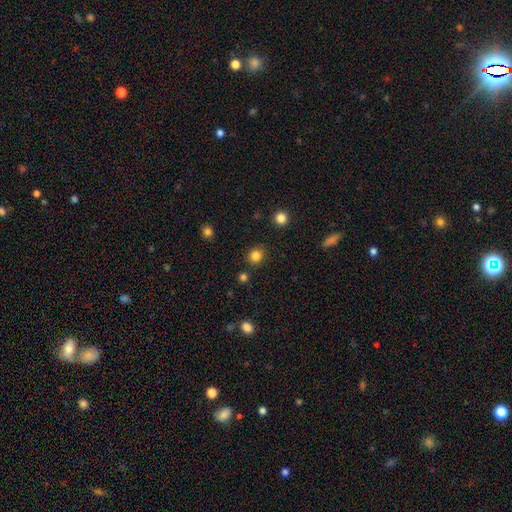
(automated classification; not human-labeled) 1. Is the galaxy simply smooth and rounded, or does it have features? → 83% smooth, 12% star or artifact, 5% featured or disk.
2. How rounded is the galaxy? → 83% round, 16% in between, 1% cigar-shaped.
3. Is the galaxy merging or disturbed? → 87% none, 7% minor disturbance, 3% merger, 2% major disturbance.